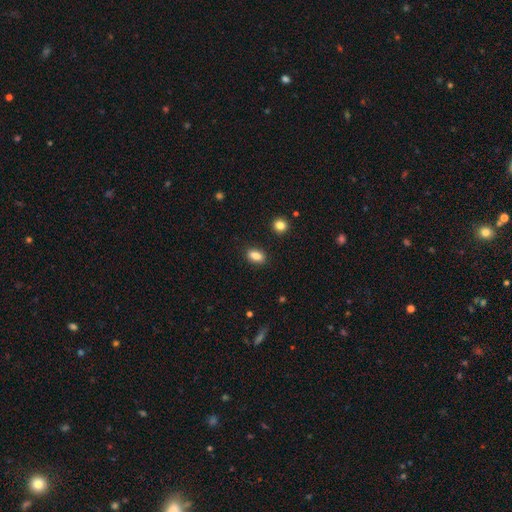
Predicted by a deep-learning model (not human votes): Smooth or featured?
  - smooth: 85% *
  - star or artifact: 9%
  - featured or disk: 6%
How rounded?
  - in between: 84% *
  - round: 11%
  - cigar-shaped: 5%
Merging?
  - none: 87% *
  - minor disturbance: 9%
  - major disturbance: 2%
  - merger: 2%